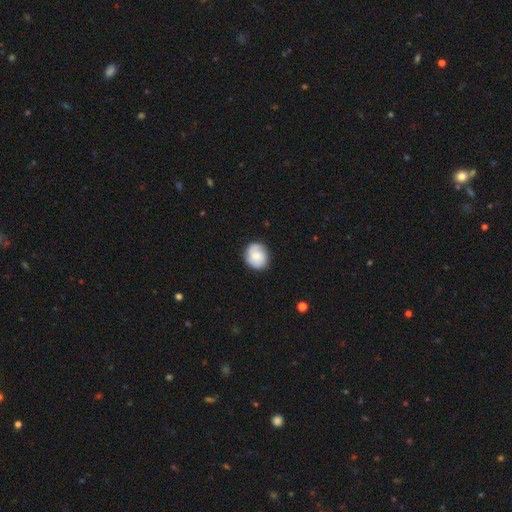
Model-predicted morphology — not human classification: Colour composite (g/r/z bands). It shows a smooth galaxy with no disk features (60%) that is round (74%). Merging: none (82%).